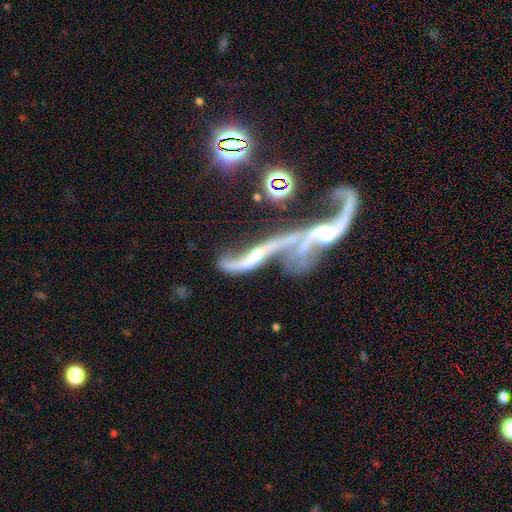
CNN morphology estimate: smooth-or-featured: featured or disk: 77% | smooth: 12% | star or artifact: 12%
  disk-edge-on: no: 82% | yes: 18%
    bar: no: 56% | weak: 28% | strong: 16%
    has-spiral-arms: yes: 78% | no: 22%
    bulge-size: small: 39% (tied) | moderate: 39% (tied) | none: 16% | large: 5% | dominant: 2%
  merging: merger: 63% | major disturbance: 15% | none: 14% | minor disturbance: 7%